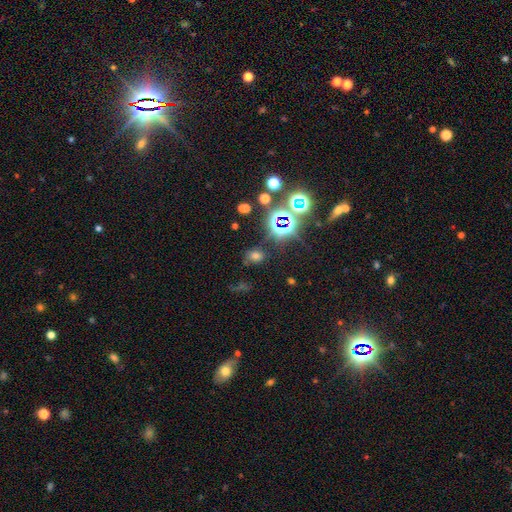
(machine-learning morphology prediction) This is possibly a smooth galaxy (46%). Merging: likely none (72%).